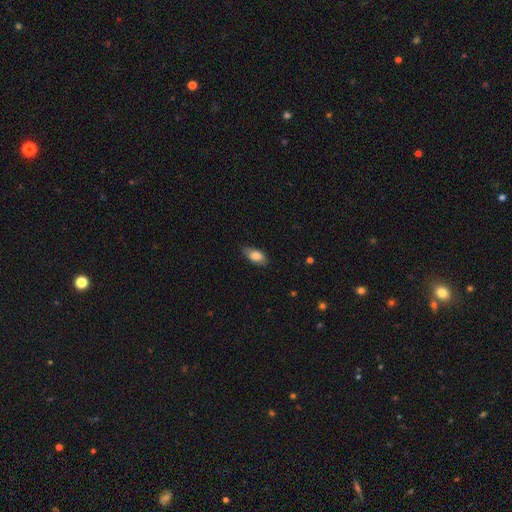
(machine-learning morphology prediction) smooth-or-featured: smooth: 82% | featured or disk: 11% | star or artifact: 7%
  how-rounded: in between: 89% | cigar-shaped: 7% | round: 4%
  merging: none: 75% | minor disturbance: 20% | major disturbance: 4% | merger: 1%